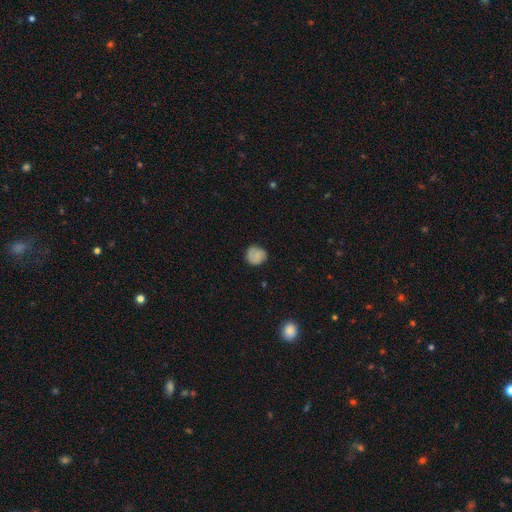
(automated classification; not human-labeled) Smooth or featured? smooth (76%)
How rounded? round (85%)
Merging? none (76%)